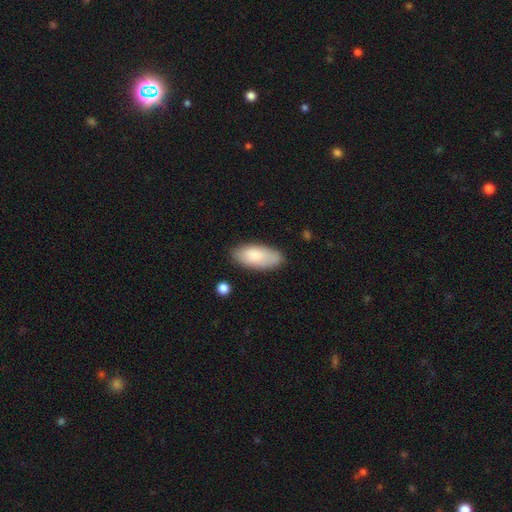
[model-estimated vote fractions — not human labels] Morphology: type=smooth (82%); roundness=in between (88%); merging=none (80%).